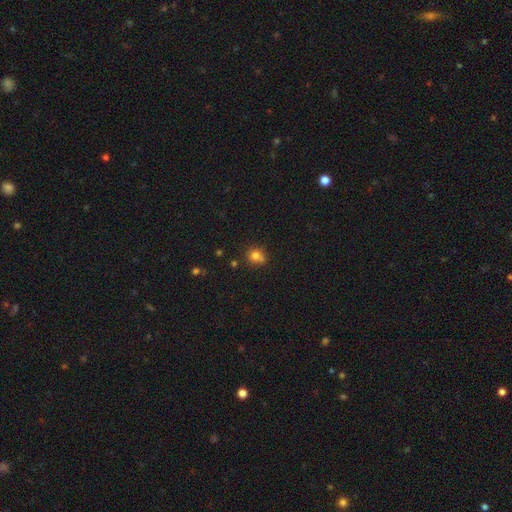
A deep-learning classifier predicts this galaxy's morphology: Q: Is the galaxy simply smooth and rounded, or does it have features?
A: smooth — 77%.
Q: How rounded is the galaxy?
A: round — 75%.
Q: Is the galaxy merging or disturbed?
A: none — 56%.